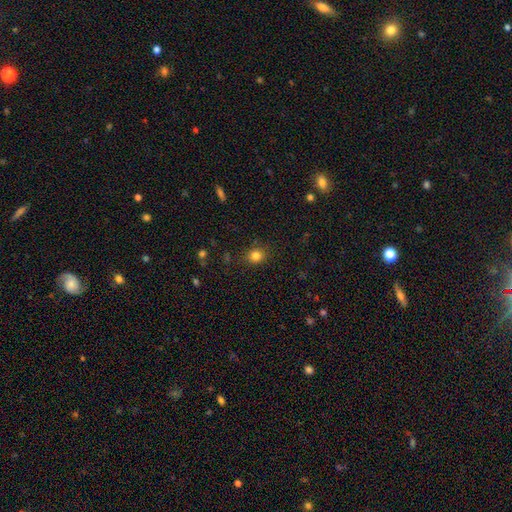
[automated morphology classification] Q: Smooth or featured?
A: smooth (82%); runner-up: star or artifact (13%)
Q: How rounded?
A: round (73%); runner-up: in between (26%)
Q: Merging?
A: none (85%); runner-up: minor disturbance (10%)